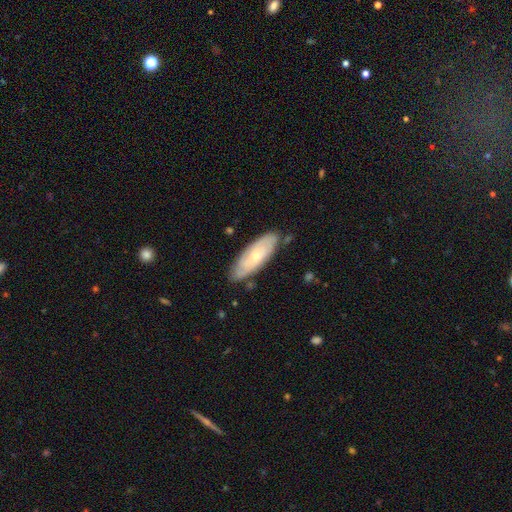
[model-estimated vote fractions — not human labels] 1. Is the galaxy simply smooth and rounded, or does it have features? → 52% featured or disk, 42% smooth, 6% star or artifact.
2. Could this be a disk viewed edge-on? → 79% no, 21% yes.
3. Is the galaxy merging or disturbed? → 79% none, 17% minor disturbance, 3% major disturbance, 2% merger.